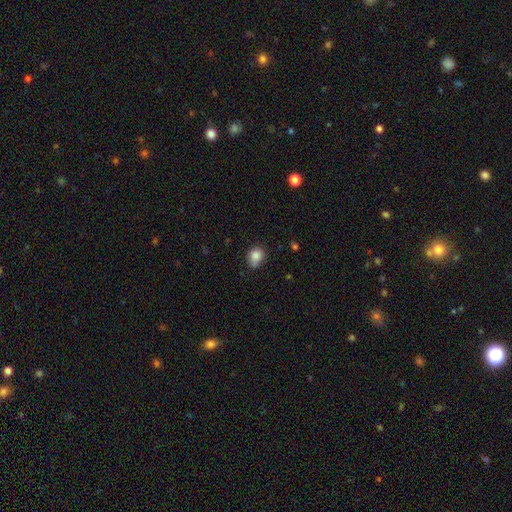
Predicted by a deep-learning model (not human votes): The model was most divided on "merging": none: 58%, minor disturbance: 33%, major disturbance: 6%, merger: 4%. More confident: smooth or featured — smooth (84%); how rounded — round (64%).